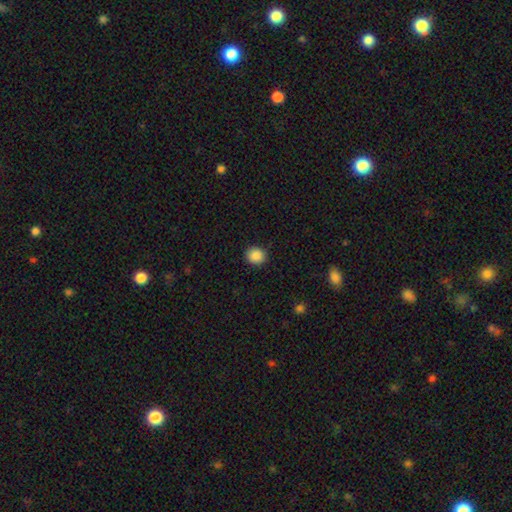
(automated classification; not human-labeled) Overall: smooth (88%). How rounded: round (84%). Merging: none (90%).